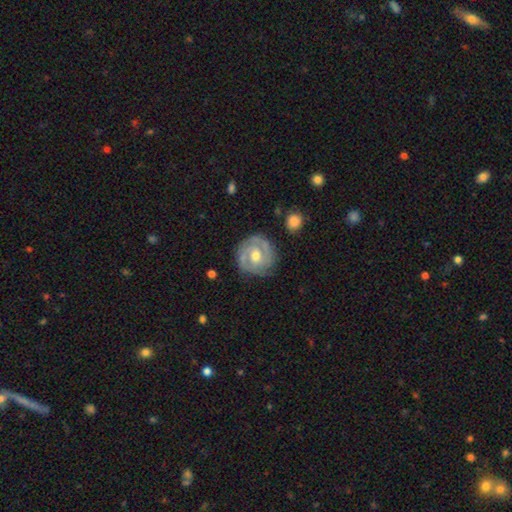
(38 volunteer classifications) Morphology: type=featured or disk (74%); edge-on=no (100%); bar=weak (57%); spiral arms=yes (93%); winding=tight (73%); arm count=2 (73%); bulge=moderate (79%); merging=none (69%).